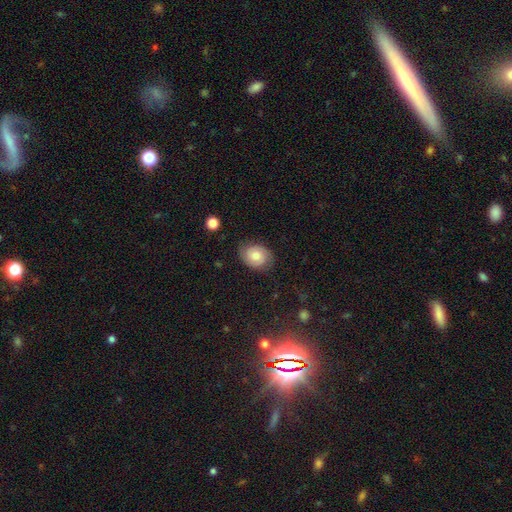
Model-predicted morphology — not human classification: smooth_or_featured: smooth (p=0.47) [alt: featured or disk p=0.43]
merging: none (p=0.78) [alt: minor disturbance p=0.16]